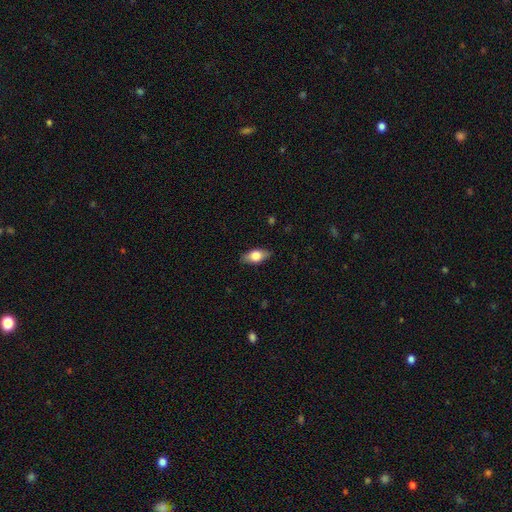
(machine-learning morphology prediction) Smooth or featured? Predicted: smooth (p=0.69). How rounded? Predicted: in between (p=0.85). Merging? Predicted: none (p=0.85).